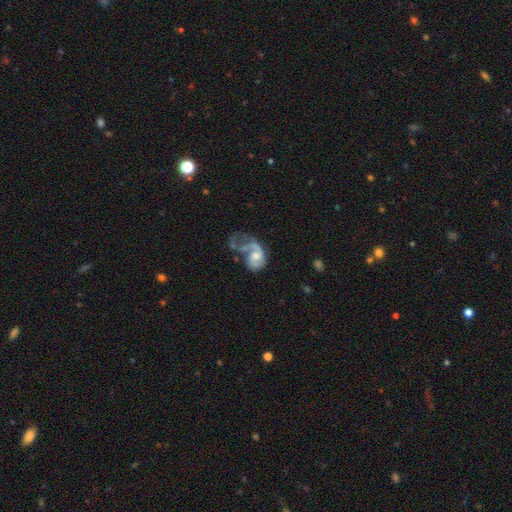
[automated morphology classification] This is likely a featured or disk galaxy (74%). It is clearly not viewed edge-on (98%). Bar: likely no (66%). Spiral arm pattern: clearly yes (83%). Spiral arm count: possibly 1 (46%). Spiral winding: marginally loose (45%). Central bulge: possibly moderate (55%). Merging: possibly major disturbance (52%).